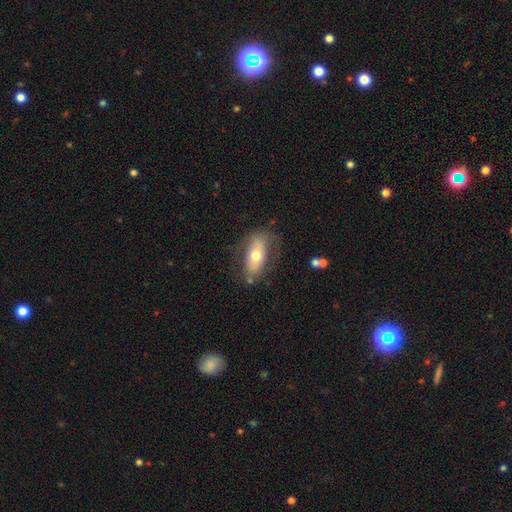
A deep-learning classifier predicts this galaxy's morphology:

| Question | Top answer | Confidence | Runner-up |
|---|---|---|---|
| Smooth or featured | smooth | 55% | featured or disk (38%) |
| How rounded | in between | 80% | cigar-shaped (16%) |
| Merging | none | 70% | minor disturbance (19%) |